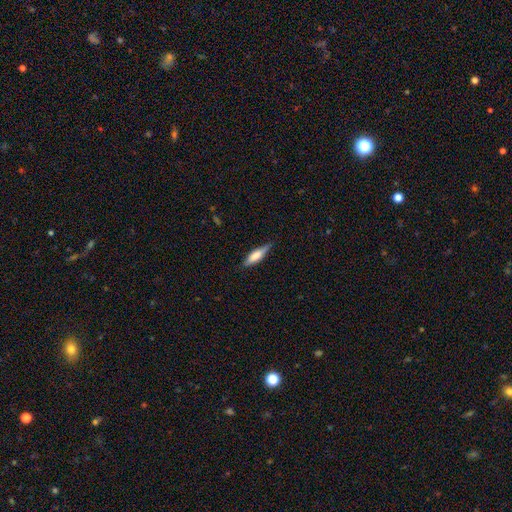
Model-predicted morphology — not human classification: smooth_or_featured: smooth (p=0.62) [alt: featured or disk p=0.31]
how_rounded: cigar-shaped (p=0.66) [alt: in between p=0.33]
merging: none (p=0.79) [alt: minor disturbance p=0.17]